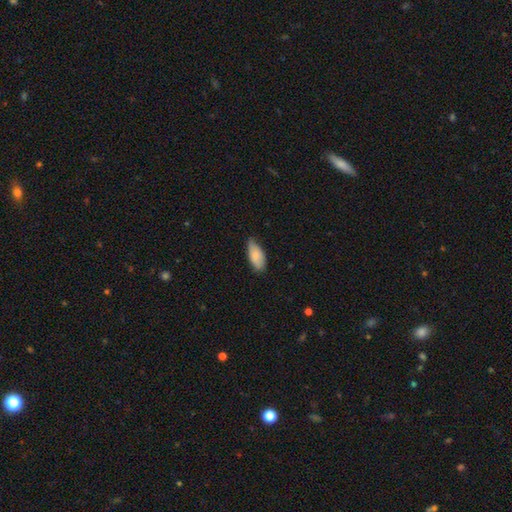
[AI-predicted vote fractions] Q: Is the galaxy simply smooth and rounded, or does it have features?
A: smooth — 83%.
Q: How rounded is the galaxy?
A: in between — 88%.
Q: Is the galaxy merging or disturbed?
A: none — 64%.